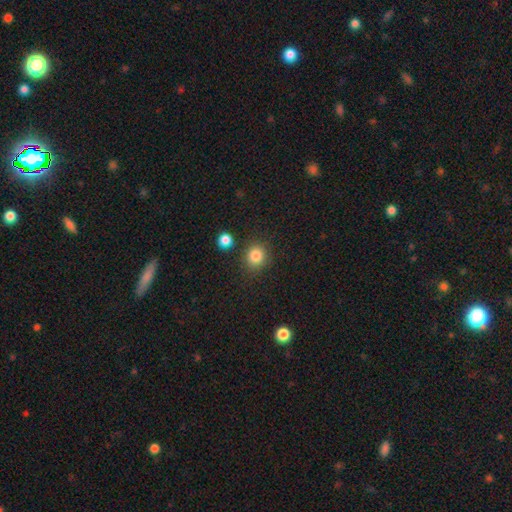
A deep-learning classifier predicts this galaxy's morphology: Overall: smooth (83%). How rounded: round (84%). Merging: none (83%).